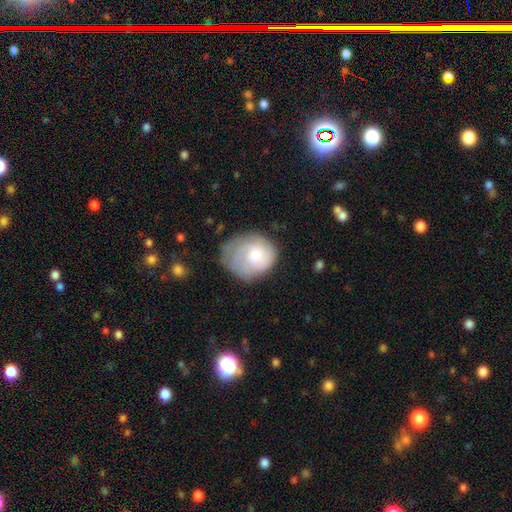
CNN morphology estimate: Smooth or featured?
  - smooth: 54% *
  - featured or disk: 39%
  - star or artifact: 7%
How rounded?
  - round: 60% *
  - in between: 39%
  - cigar-shaped: 1%
Merging?
  - none: 44% *
  - minor disturbance: 32%
  - major disturbance: 21%
  - merger: 2%